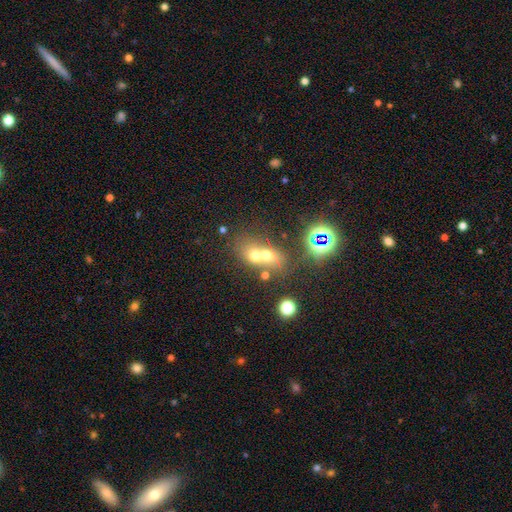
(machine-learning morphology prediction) A smooth galaxy with no disk features (56%) that is round (51%). Merging: merger (65%).